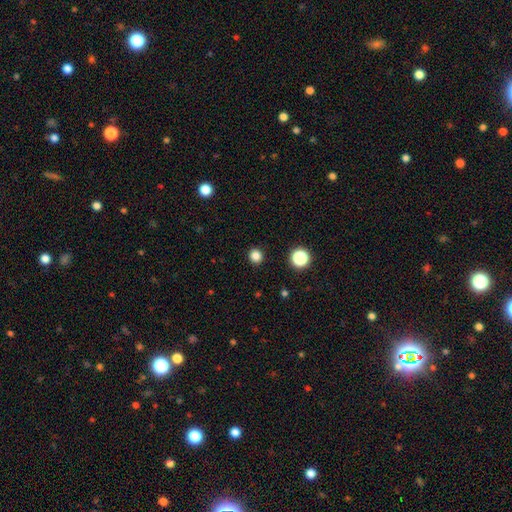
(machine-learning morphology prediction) Smooth or featured: smooth — 83% (star or artifact — 13%)
How rounded: round — 89% (in between — 10%)
Merging: none — 92% (minor disturbance — 5%)